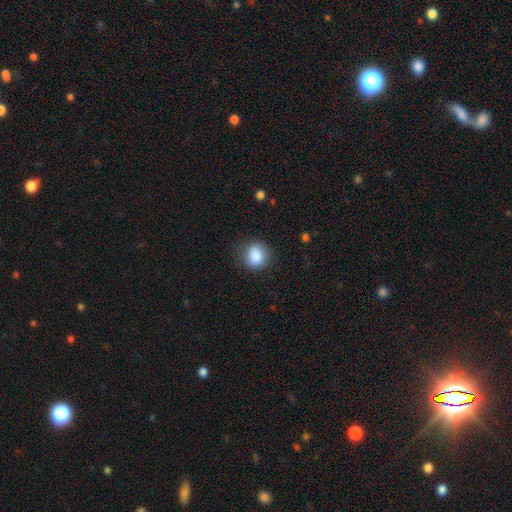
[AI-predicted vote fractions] A smooth galaxy with no disk features (87%) that is round (69%). Merging: none (76%).